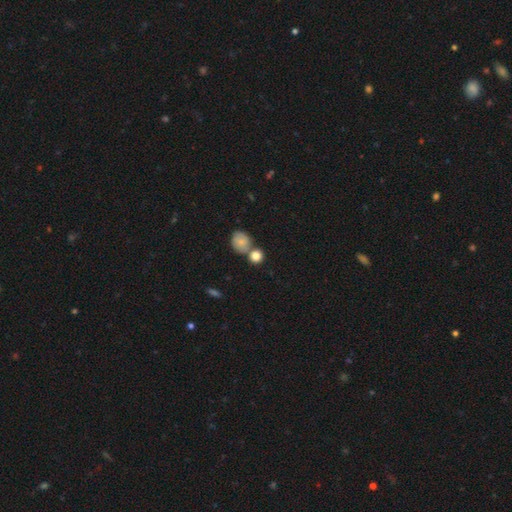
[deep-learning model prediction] This is clearly a smooth galaxy (82%). How rounded: clearly round (84%). Merging: possibly none (55%).